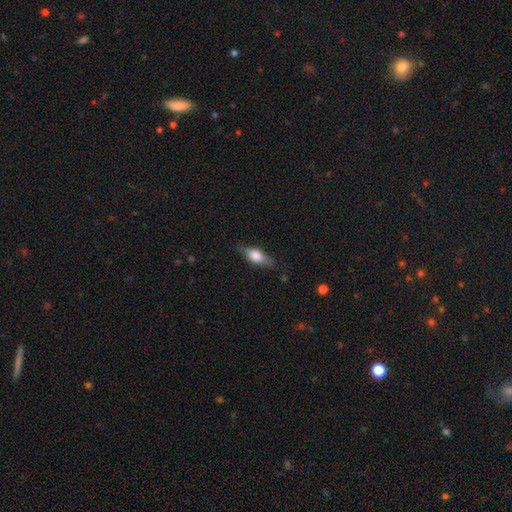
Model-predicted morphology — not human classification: This appears to be a smooth galaxy with no disk features (61%) that is in between round and cigar-shaped (72%). Merging: none (76%).